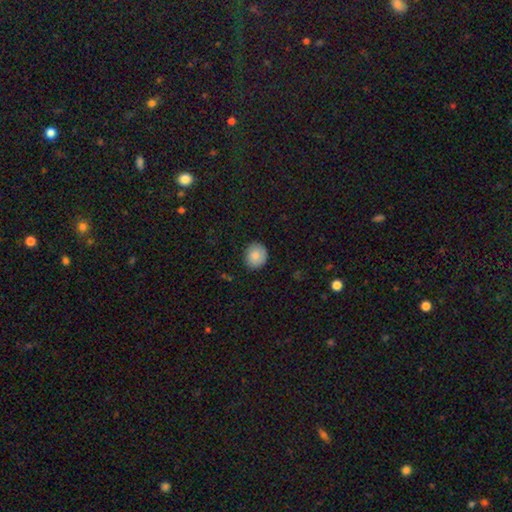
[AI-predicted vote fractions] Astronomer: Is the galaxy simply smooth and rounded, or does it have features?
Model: smooth — 85%.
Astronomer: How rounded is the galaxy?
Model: round — 81%.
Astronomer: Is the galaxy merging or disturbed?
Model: none — 86%.